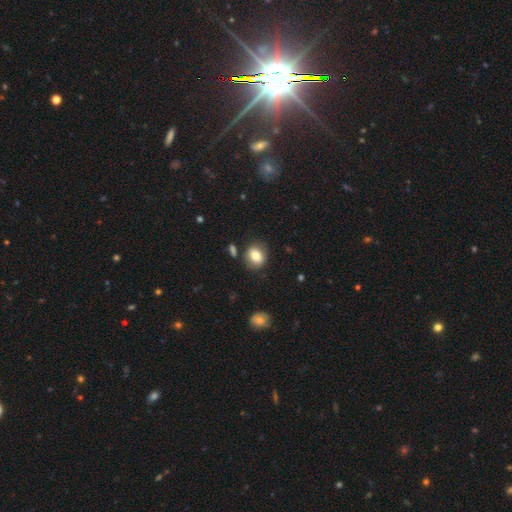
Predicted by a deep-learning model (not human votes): Smooth or featured? smooth (78%)
How rounded? round (56%)
Merging? none (80%)